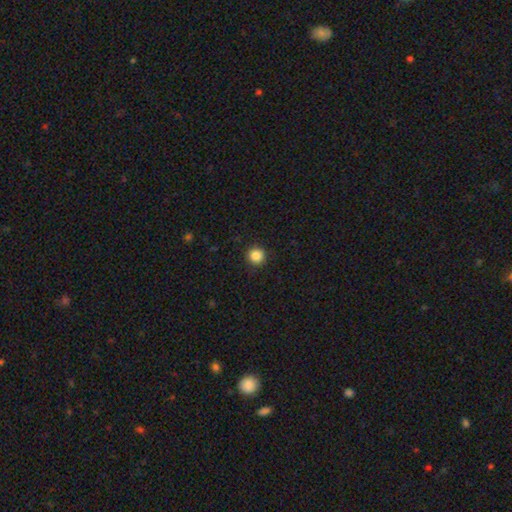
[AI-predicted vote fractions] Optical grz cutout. It shows a smooth galaxy with no disk features (86%) that is round (95%). Merging: none (92%).